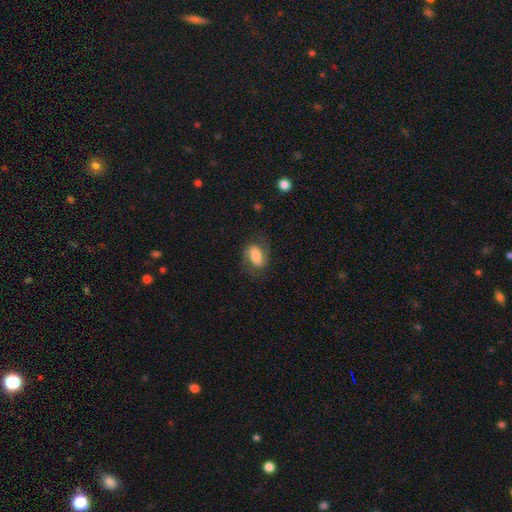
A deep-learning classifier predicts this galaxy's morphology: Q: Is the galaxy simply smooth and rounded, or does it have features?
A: smooth — 54%.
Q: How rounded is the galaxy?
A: in between — 84%.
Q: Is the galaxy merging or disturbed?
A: none — 69%.